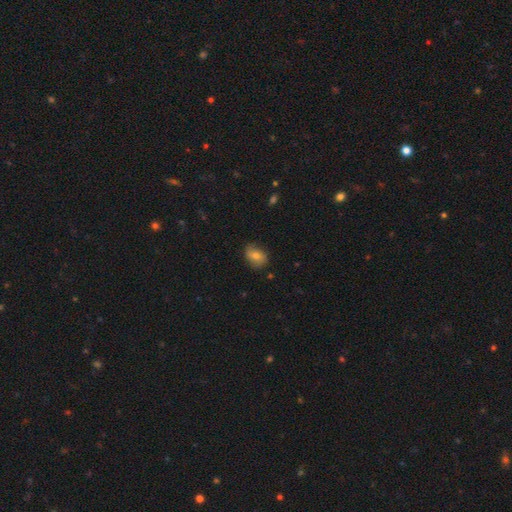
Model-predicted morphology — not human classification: A smooth galaxy with no disk features (65%) that is in between round and cigar-shaped (64%). Merging: none (71%).